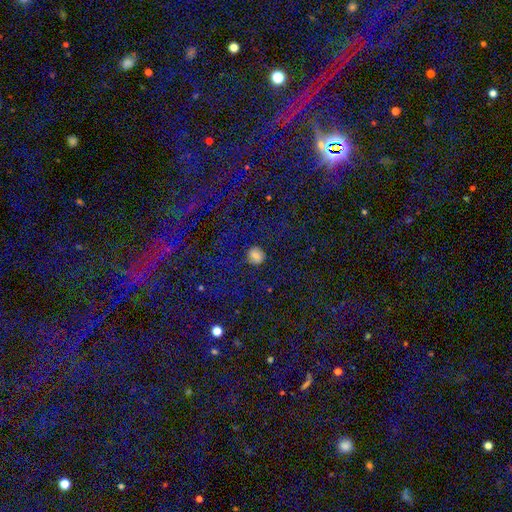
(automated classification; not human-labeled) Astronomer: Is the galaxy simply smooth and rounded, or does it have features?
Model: smooth — 68%.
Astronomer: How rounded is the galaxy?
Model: round — 78%.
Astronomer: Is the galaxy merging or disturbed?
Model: none — 78%.